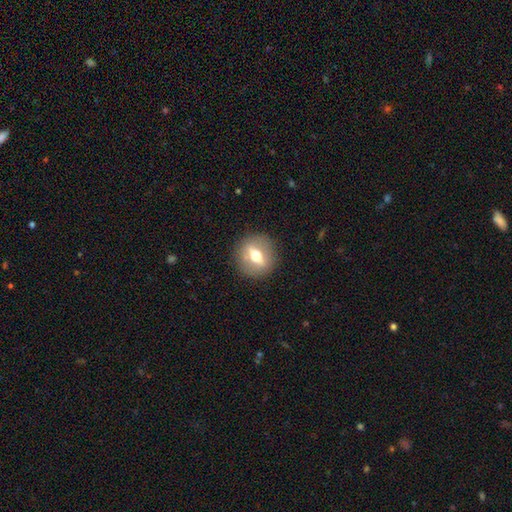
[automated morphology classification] Q: Smooth or featured?
A: featured or disk (51%); runner-up: smooth (40%)
Q: Edge-on disk?
A: no (58%); runner-up: yes (42%)
Q: Merging?
A: none (88%); runner-up: minor disturbance (8%)